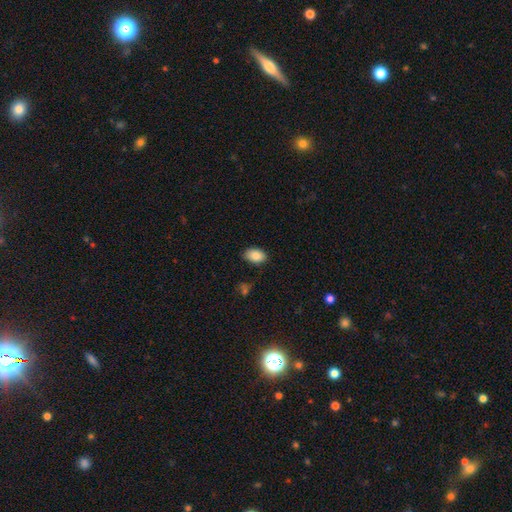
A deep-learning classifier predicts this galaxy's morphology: Q: Smooth or featured?
A: smooth (86%); runner-up: star or artifact (8%)
Q: How rounded?
A: in between (90%); runner-up: round (9%)
Q: Merging?
A: none (83%); runner-up: minor disturbance (13%)